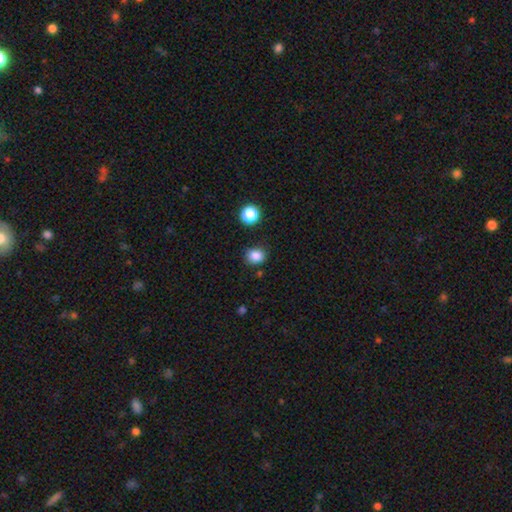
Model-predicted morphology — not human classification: This appears to be a smooth galaxy with no disk features (85%) that is round (65%). Merging: none (82%).